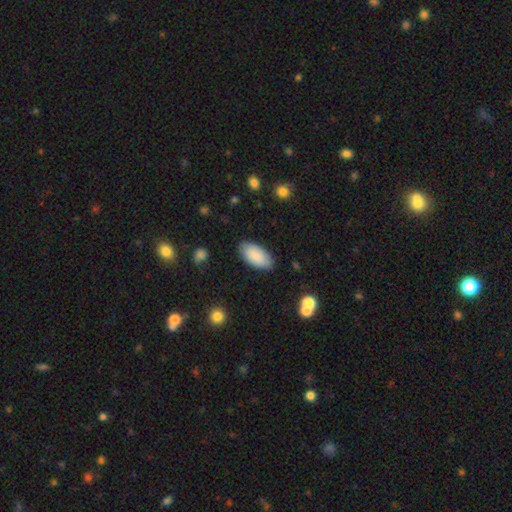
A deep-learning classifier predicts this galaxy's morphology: smooth-or-featured: smooth: 87% | featured or disk: 7% | star or artifact: 6%
  how-rounded: in between: 94% | cigar-shaped: 4% | round: 2%
  merging: none: 85% | minor disturbance: 11% | major disturbance: 3% | merger: 1%